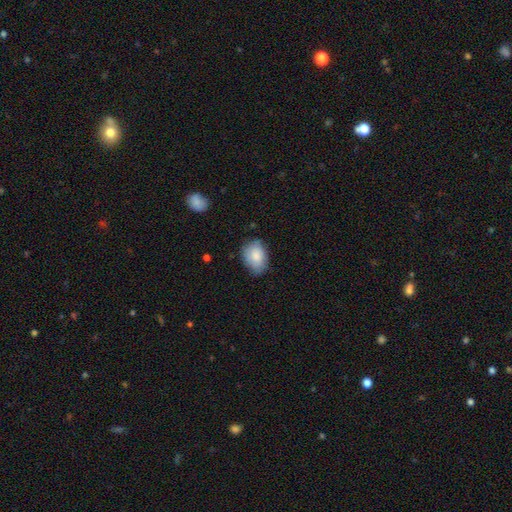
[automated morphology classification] A smooth galaxy with no disk features (83%) that is in between round and cigar-shaped (77%). Merging: none (68%).